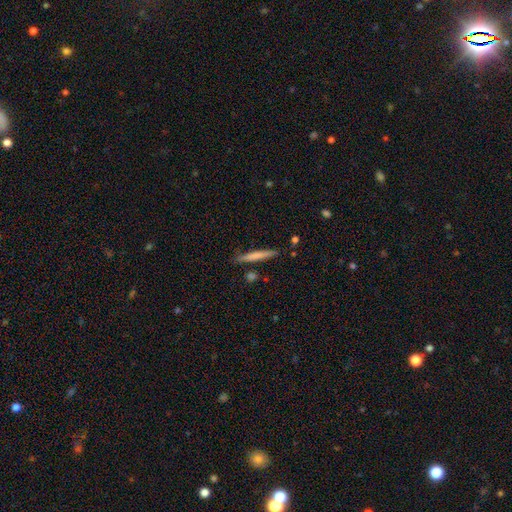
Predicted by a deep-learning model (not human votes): Overall: smooth (66%; featured or disk 28%). How rounded: cigar-shaped (95%). Merging: none (85%).